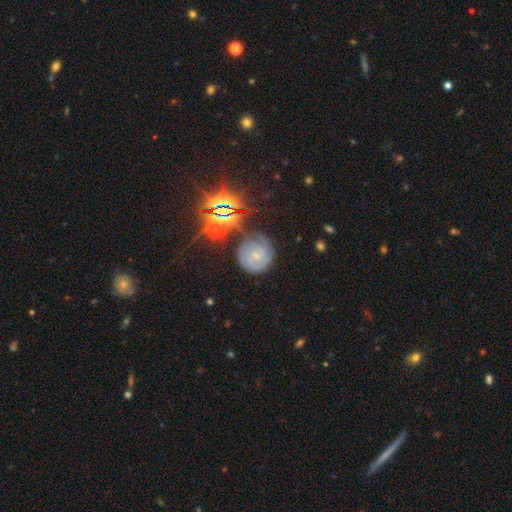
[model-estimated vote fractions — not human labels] This is likely a featured or disk galaxy (71%). It is clearly not viewed edge-on (98%). Bar: likely no (68%). Spiral arm pattern: clearly yes (95%). Spiral arm count: marginally 3 (31%). Spiral winding: likely tight (73%). Central bulge: likely small (73%). Merging: likely none (73%).